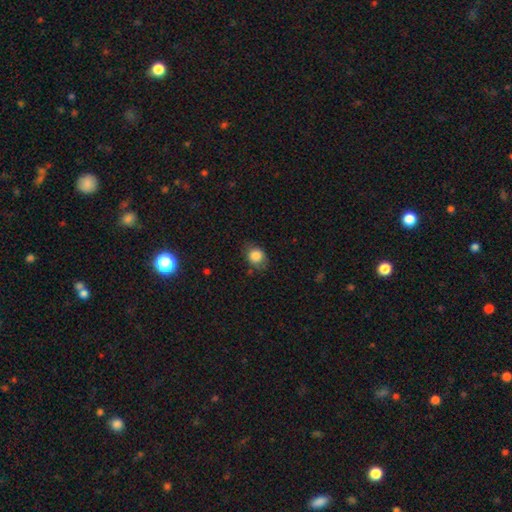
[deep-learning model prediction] Smooth or featured?
  - smooth: 85% *
  - star or artifact: 9%
  - featured or disk: 6%
How rounded?
  - round: 66% *
  - in between: 33%
  - cigar-shaped: 1%
Merging?
  - none: 69% *
  - minor disturbance: 23%
  - major disturbance: 6%
  - merger: 2%